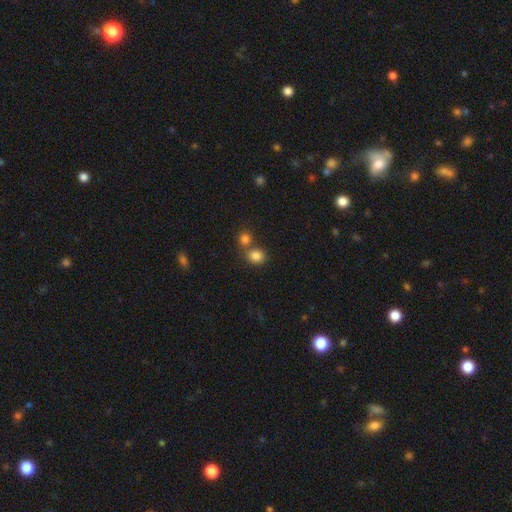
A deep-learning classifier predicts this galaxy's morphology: This is clearly a smooth galaxy (83%). How rounded: likely round (66%). Merging: possibly none (52%).